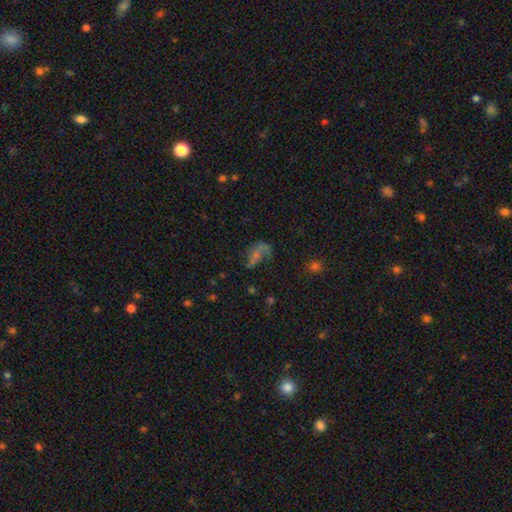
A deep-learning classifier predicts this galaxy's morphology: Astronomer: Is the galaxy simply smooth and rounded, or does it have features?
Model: featured or disk — 48% (runner-up: smooth, 31%).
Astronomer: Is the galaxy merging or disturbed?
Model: major disturbance — 37% (runner-up: none, 36%).